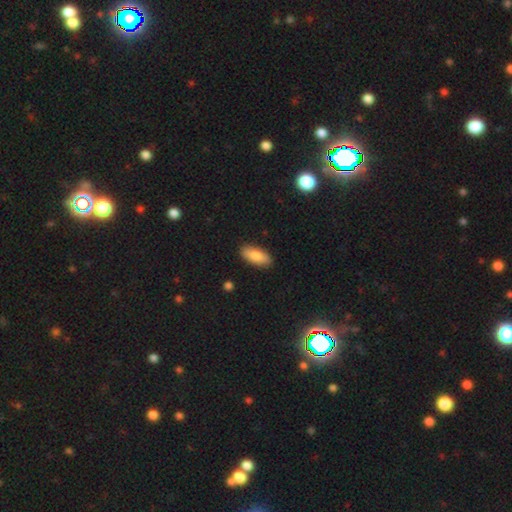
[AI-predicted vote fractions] A smooth galaxy with no disk features (81%) that is in between round and cigar-shaped (83%). Merging: none (89%).